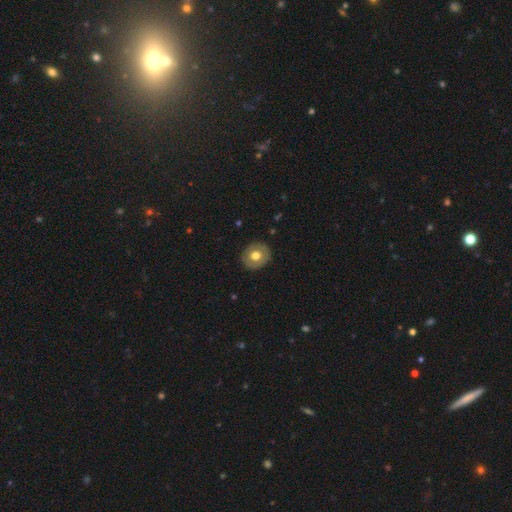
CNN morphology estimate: This is possibly a smooth galaxy (60%). How rounded: clearly round (80%). Merging: clearly none (87%).